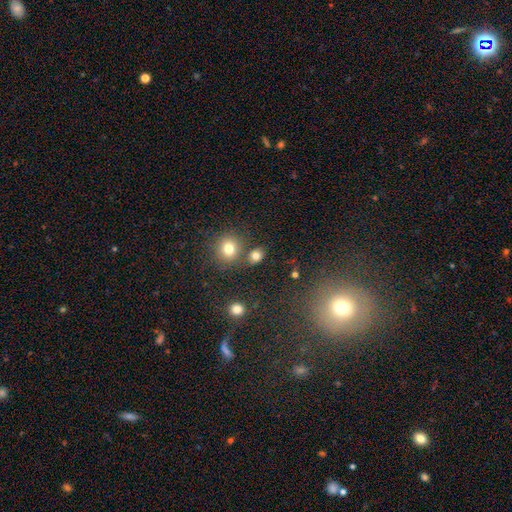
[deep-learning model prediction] smooth 79%, star or artifact 14%, featured or disk 7%. Down the decision tree: how rounded — round (60%); merging — none (71%).